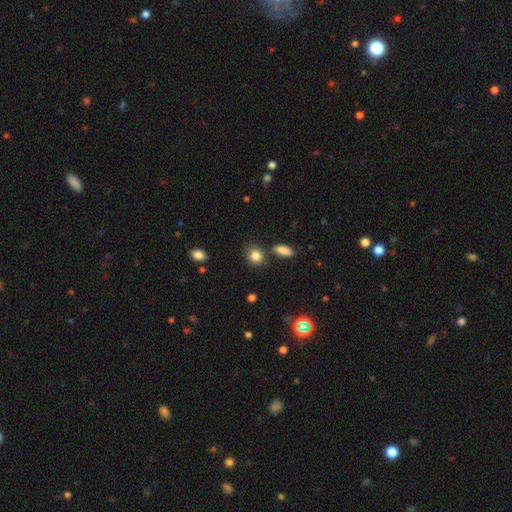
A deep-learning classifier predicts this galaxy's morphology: smooth 85%, star or artifact 10%, featured or disk 6%. Down the decision tree: how rounded — round (69%); merging — none (76%).